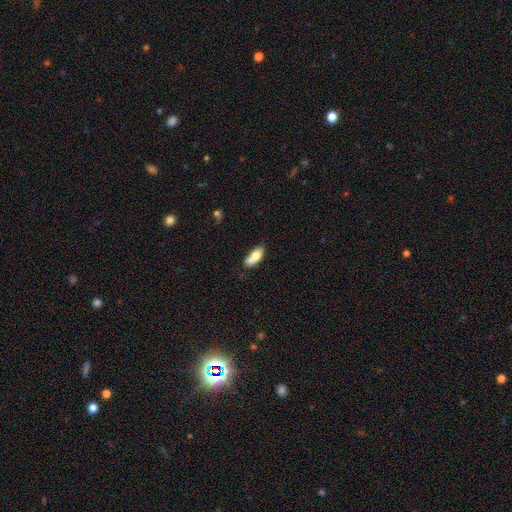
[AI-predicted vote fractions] Smooth or featured?
  - smooth: 68% *
  - featured or disk: 24%
  - star or artifact: 7%
How rounded?
  - in between: 80% *
  - cigar-shaped: 15%
  - round: 5%
Merging?
  - merger: 39% *
  - none: 37%
  - minor disturbance: 18%
  - major disturbance: 6%